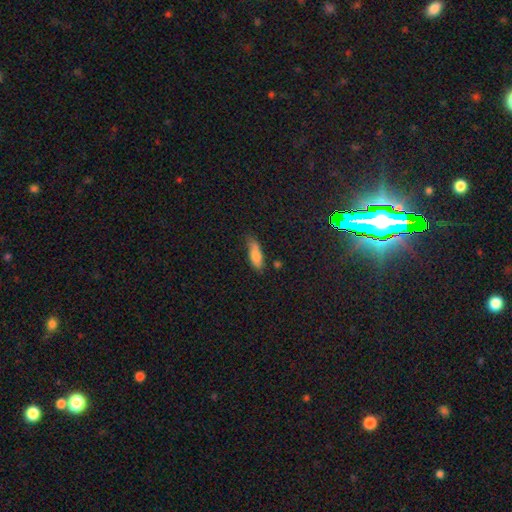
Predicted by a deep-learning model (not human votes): This is clearly a smooth galaxy (81%). How rounded: possibly in between (58%). Merging: possibly none (57%).